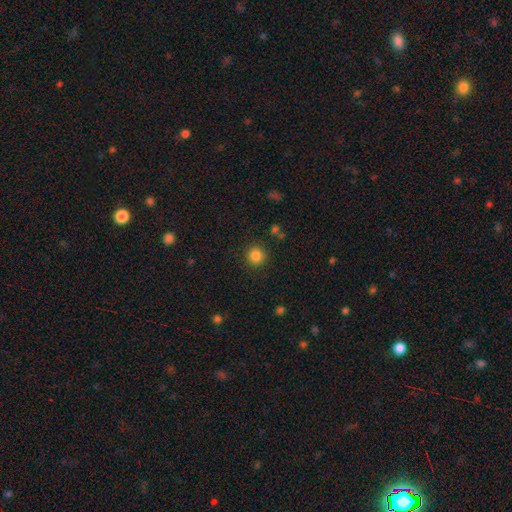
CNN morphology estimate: Smooth or featured? smooth (84%)
How rounded? round (94%)
Merging? none (90%)